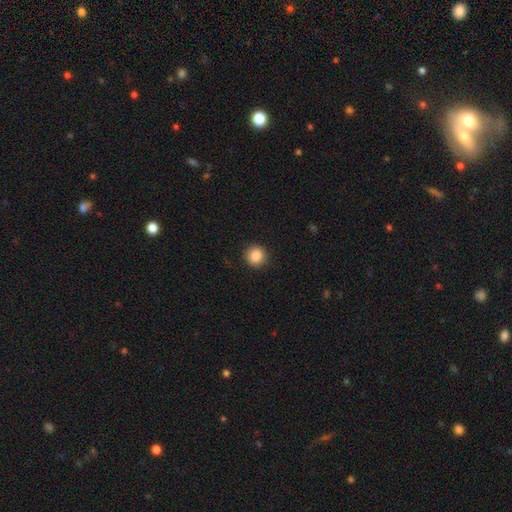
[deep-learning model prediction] The model was most divided on "smooth or featured": smooth: 87%, star or artifact: 9%, featured or disk: 3%. More confident: how rounded — round (92%); merging — none (91%).